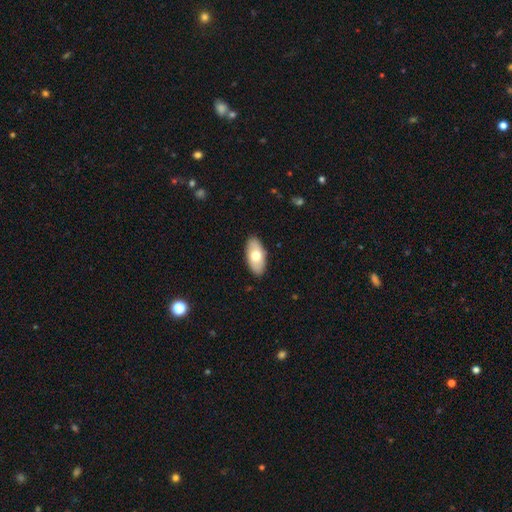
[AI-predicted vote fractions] Smooth or featured? smooth (67%)
How rounded? in between (93%)
Merging? none (89%)